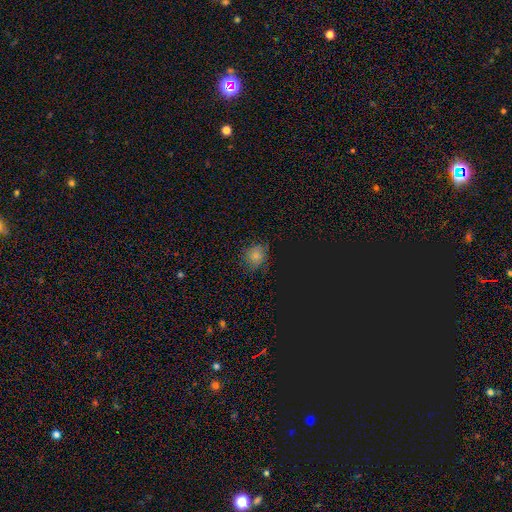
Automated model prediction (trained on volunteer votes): A smooth galaxy with no disk features (71%) that is round (74%).

Vote fractions:
- Smooth or featured? smooth: 71% / star or artifact: 22% / featured or disk: 7%
- How rounded? round: 74% / in between: 25% / cigar-shaped: 1%
- Merging? none: 81% / minor disturbance: 14% / major disturbance: 4% / merger: 1%